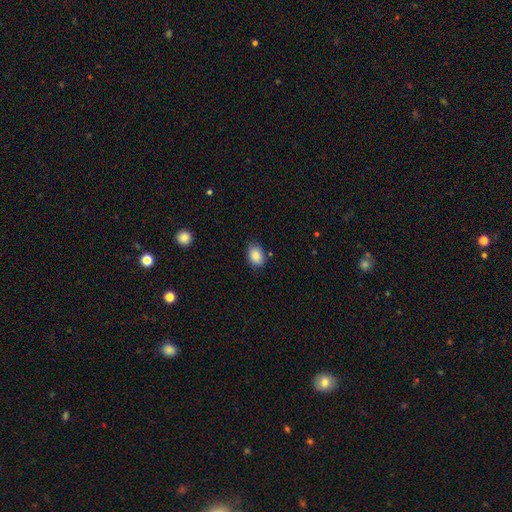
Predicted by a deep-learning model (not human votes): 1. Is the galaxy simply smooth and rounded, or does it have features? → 87% smooth, 8% star or artifact, 5% featured or disk.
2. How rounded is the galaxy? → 80% in between, 19% round, 1% cigar-shaped.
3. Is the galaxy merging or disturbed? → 78% none, 17% minor disturbance, 3% major disturbance, 2% merger.